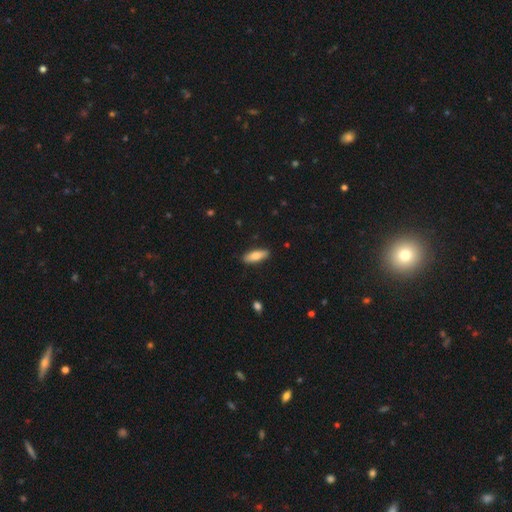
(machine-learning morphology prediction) smooth 81%, featured or disk 13%, star or artifact 6%. Down the decision tree: how rounded — in between (62%); merging — none (87%).